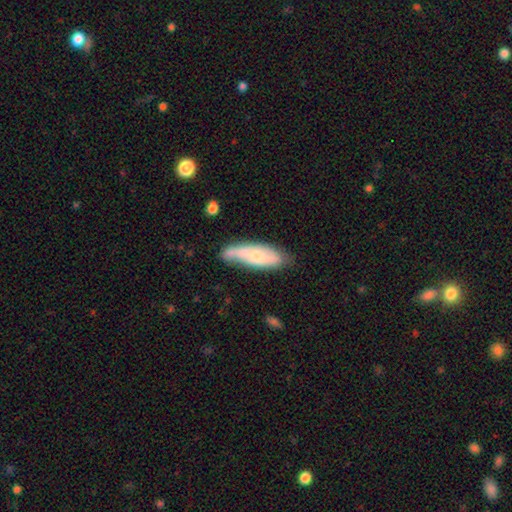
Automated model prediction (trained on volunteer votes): Overall: smooth (55%; featured or disk 38%). How rounded: in between (55%; cigar-shaped 44%). Merging: none (59%; minor disturbance 27%).